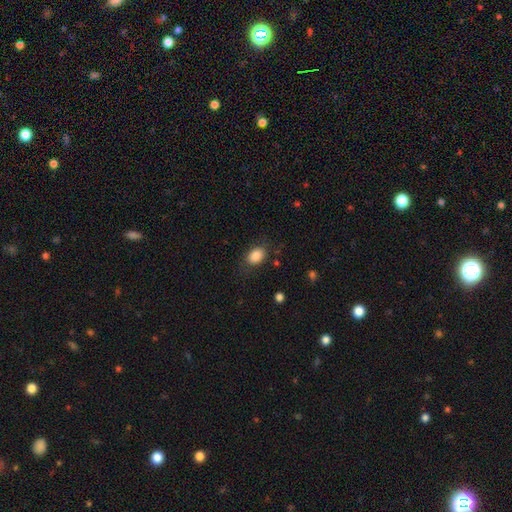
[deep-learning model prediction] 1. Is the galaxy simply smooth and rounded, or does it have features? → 86% smooth, 8% star or artifact, 6% featured or disk.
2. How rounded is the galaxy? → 81% in between, 18% round, 1% cigar-shaped.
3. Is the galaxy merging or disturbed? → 78% none, 15% minor disturbance, 5% major disturbance, 1% merger.